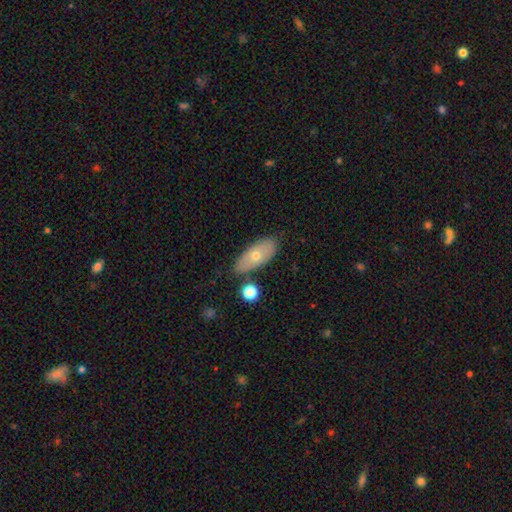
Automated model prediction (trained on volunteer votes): smooth_or_featured: smooth (p=0.62) [alt: featured or disk p=0.31]
how_rounded: in between (p=0.83) [alt: cigar-shaped p=0.13]
merging: none (p=0.78) [alt: minor disturbance p=0.14]